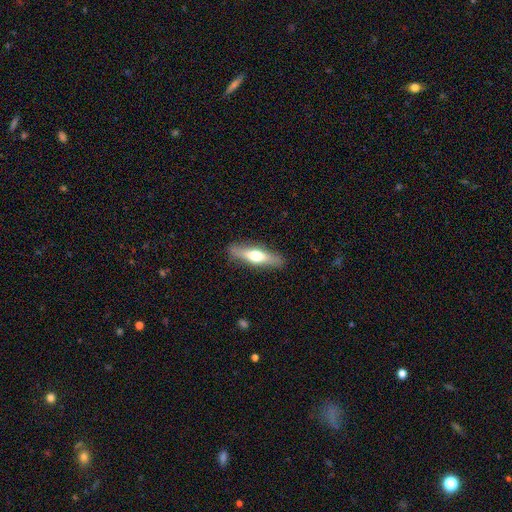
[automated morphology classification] Smooth or featured? featured or disk (49%)
Merging? none (88%)